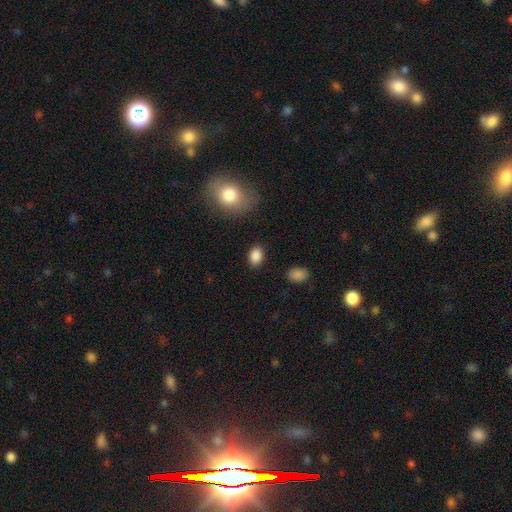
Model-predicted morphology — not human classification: smooth_or_featured: smooth (p=0.87) [alt: star or artifact p=0.09]
how_rounded: in between (p=0.77) [alt: round p=0.22]
merging: none (p=0.86) [alt: minor disturbance p=0.09]